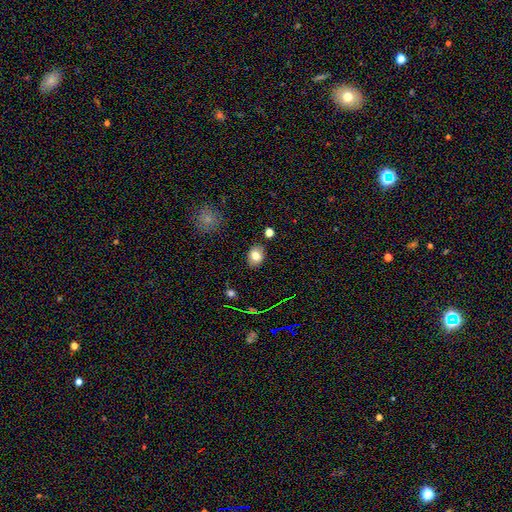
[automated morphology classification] Smooth or featured? smooth (76%)
How rounded? in between (63%)
Merging? none (85%)